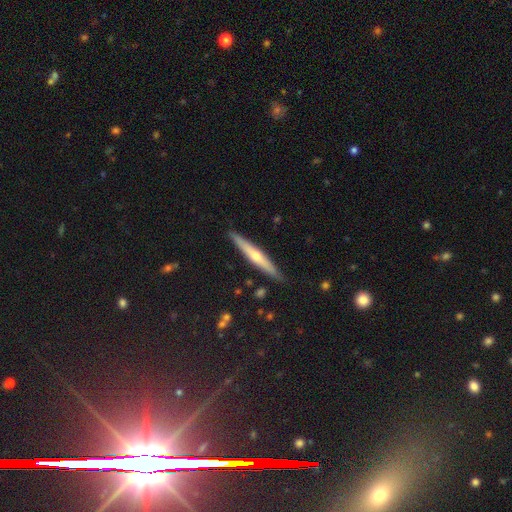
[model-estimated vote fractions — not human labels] Smooth or featured?
  - featured or disk: 59% *
  - smooth: 35%
  - star or artifact: 6%
Edge-on disk?
  - yes: 96% *
  - no: 4%
Edge-on bulge?
  - rounded: 78% *
  - none: 18%
  - boxy: 4%
Merging?
  - none: 89% *
  - minor disturbance: 8%
  - major disturbance: 2%
  - merger: 1%